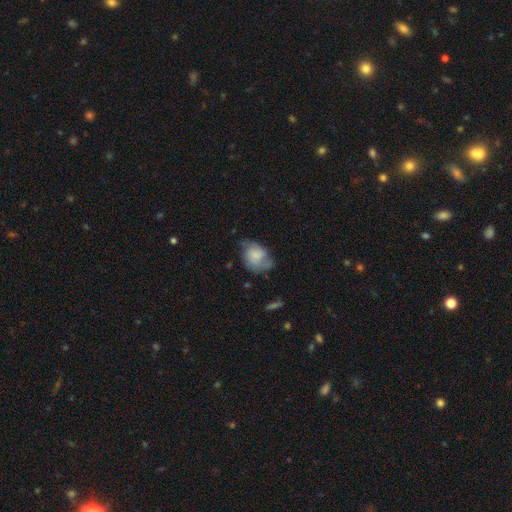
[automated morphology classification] Smooth or featured? smooth (49%)
Merging? none (48%)